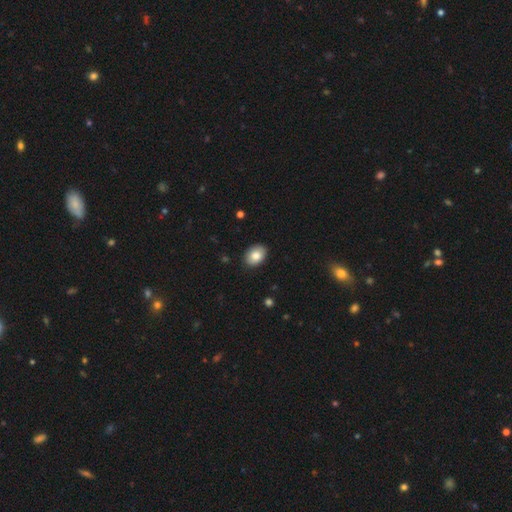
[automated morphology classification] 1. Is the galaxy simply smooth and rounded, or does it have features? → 84% smooth, 9% featured or disk, 7% star or artifact.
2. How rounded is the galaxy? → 77% in between, 22% round, 1% cigar-shaped.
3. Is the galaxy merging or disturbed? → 88% none, 9% minor disturbance, 2% major disturbance, 1% merger.